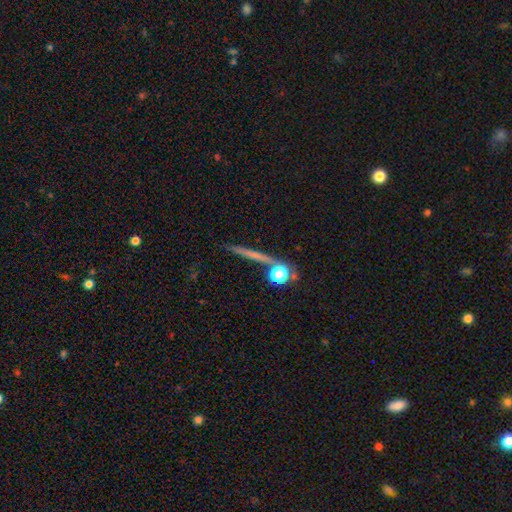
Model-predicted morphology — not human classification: Smooth or featured: smooth — 46% (featured or disk — 37%)
Merging: none — 76% (merger — 9%)